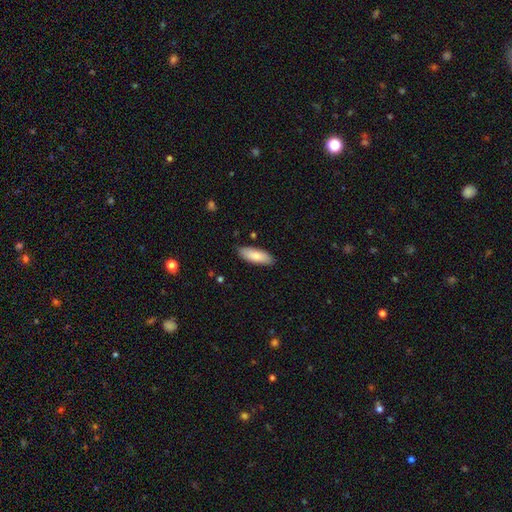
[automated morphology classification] Smooth or featured: smooth — 83% (featured or disk — 11%)
How rounded: in between — 68% (cigar-shaped — 30%)
Merging: none — 86% (minor disturbance — 11%)